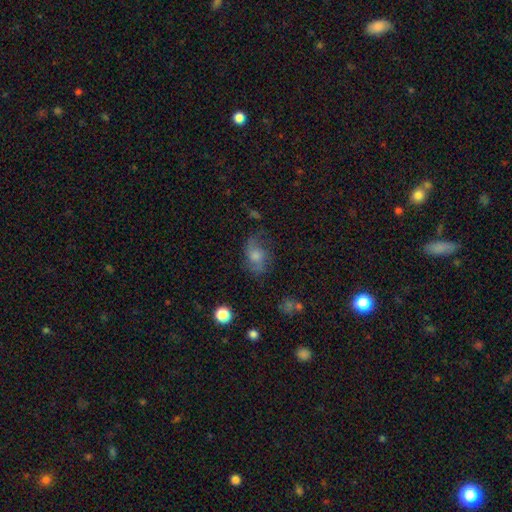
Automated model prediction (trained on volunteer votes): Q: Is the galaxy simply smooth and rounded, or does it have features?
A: smooth — 44%.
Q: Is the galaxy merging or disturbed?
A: none — 62%.